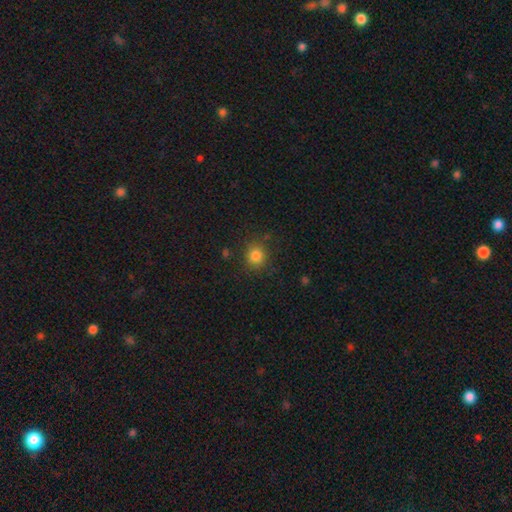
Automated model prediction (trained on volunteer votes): smooth 82%, star or artifact 13%, featured or disk 5%. Down the decision tree: how rounded — round (88%); merging — none (86%).